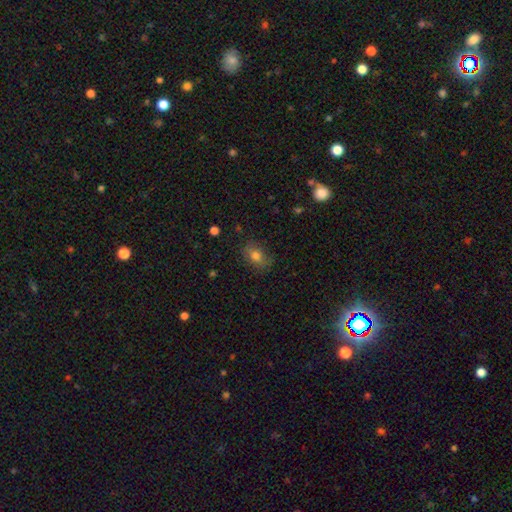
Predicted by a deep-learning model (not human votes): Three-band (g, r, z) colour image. It shows a smooth galaxy with no disk features (76%) that is in between round and cigar-shaped (72%). Merging: none (76%).